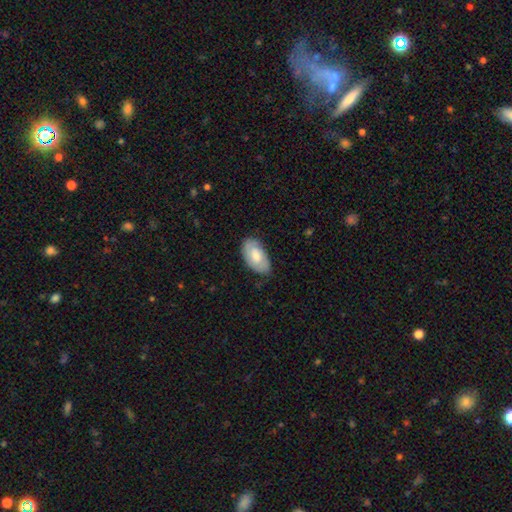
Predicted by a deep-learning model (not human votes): The model was most divided on "smooth or featured": smooth: 65%, featured or disk: 29%, star or artifact: 5%. More confident: how rounded — in between (95%); merging — none (75%).